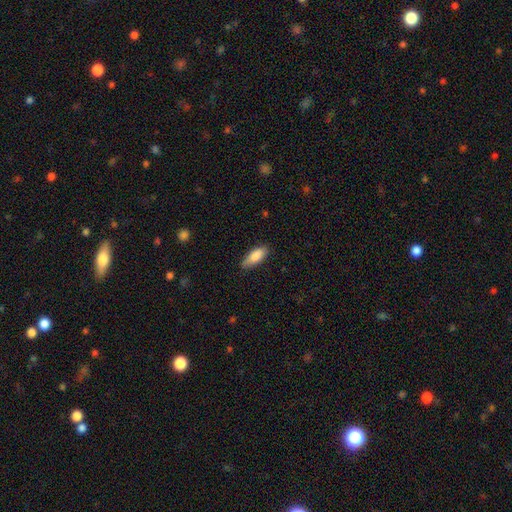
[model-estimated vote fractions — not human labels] Smooth or featured: smooth — 86% (featured or disk — 8%)
How rounded: in between — 75% (cigar-shaped — 23%)
Merging: none — 80% (minor disturbance — 16%)